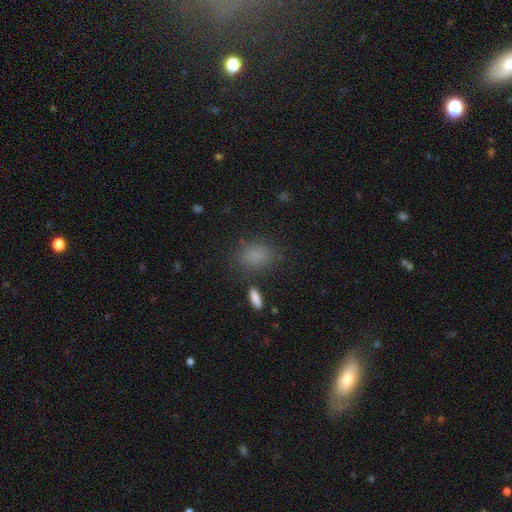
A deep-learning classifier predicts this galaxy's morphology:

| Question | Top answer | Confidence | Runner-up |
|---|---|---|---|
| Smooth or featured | smooth | 82% | star or artifact (13%) |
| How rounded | in between | 63% | round (35%) |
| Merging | none | 78% | minor disturbance (12%) |